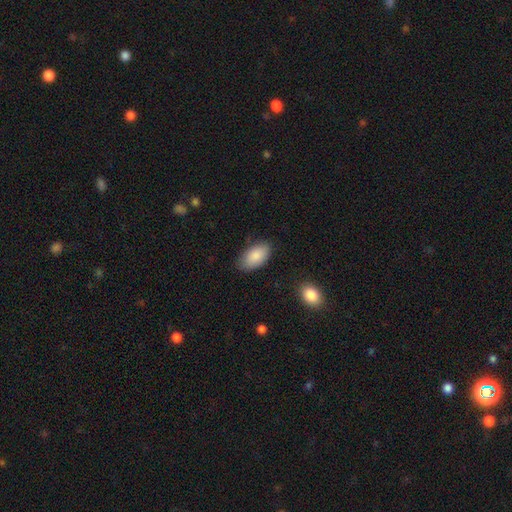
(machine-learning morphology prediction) Smooth or featured: smooth — 87% (featured or disk — 6%)
How rounded: in between — 95% (round — 3%)
Merging: none — 81% (minor disturbance — 14%)